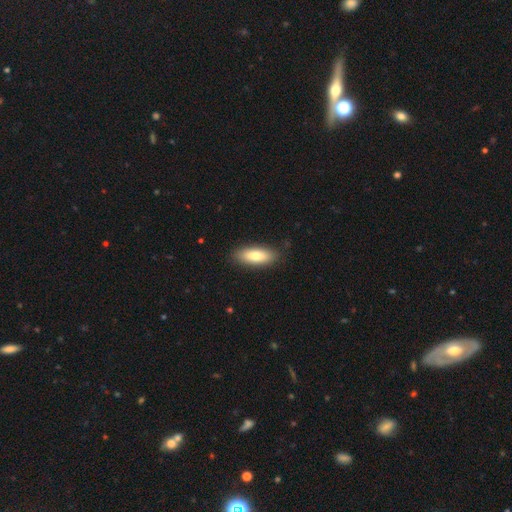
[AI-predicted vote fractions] smooth_or_featured: smooth (p=0.78) [alt: featured or disk p=0.16]
how_rounded: in between (p=0.71) [alt: cigar-shaped p=0.27]
merging: none (p=0.87) [alt: minor disturbance p=0.10]